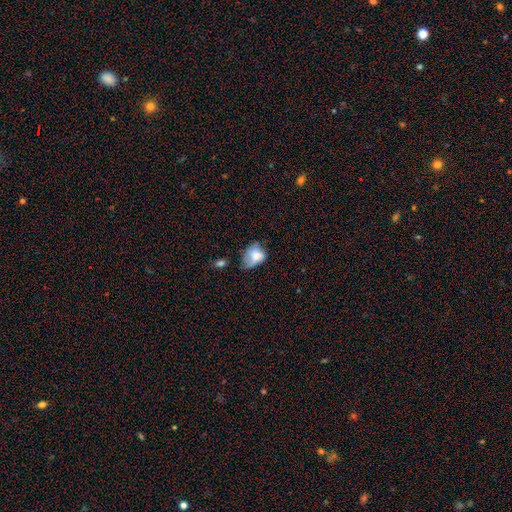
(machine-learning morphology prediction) Smooth or featured: smooth — 69% (featured or disk — 22%)
How rounded: in between — 68% (round — 30%)
Merging: minor disturbance — 38% (major disturbance — 28%)